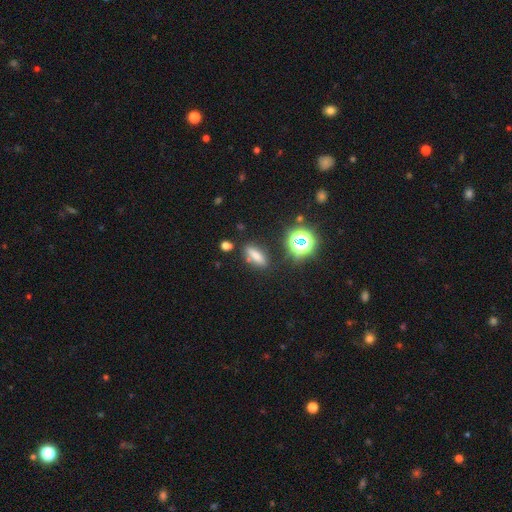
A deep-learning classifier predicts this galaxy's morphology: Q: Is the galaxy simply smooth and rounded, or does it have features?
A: smooth — 69%.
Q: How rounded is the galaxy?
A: cigar-shaped — 50%.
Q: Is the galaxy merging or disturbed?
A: none — 78%.